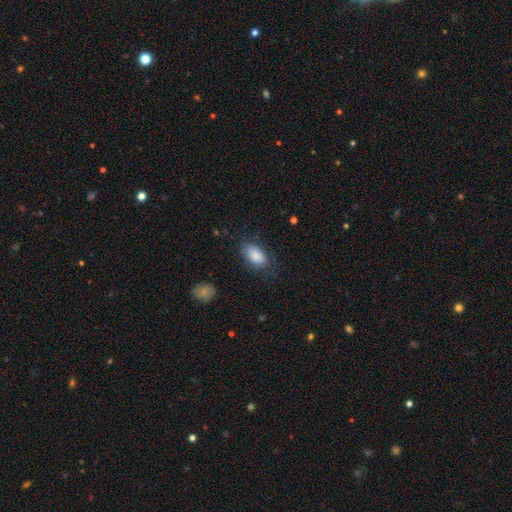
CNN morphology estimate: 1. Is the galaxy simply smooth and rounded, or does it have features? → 85% smooth, 9% featured or disk, 7% star or artifact.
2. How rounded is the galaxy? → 93% in between, 5% round, 2% cigar-shaped.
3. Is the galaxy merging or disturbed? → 69% none, 20% minor disturbance, 9% major disturbance, 2% merger.